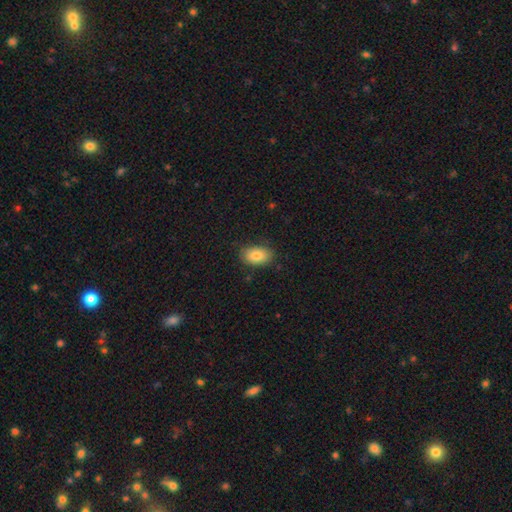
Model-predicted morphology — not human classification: Smooth or featured? smooth (83%)
How rounded? in between (90%)
Merging? none (82%)